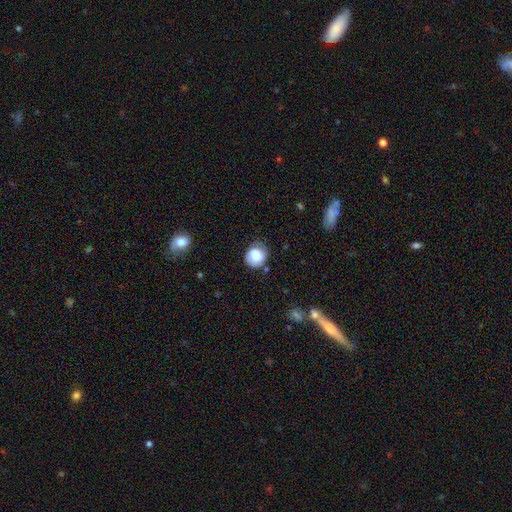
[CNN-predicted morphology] Smooth or featured?
  - smooth: 74% *
  - featured or disk: 17%
  - star or artifact: 9%
How rounded?
  - round: 75% *
  - in between: 24%
  - cigar-shaped: 1%
Merging?
  - none: 64% *
  - minor disturbance: 25%
  - major disturbance: 8%
  - merger: 3%